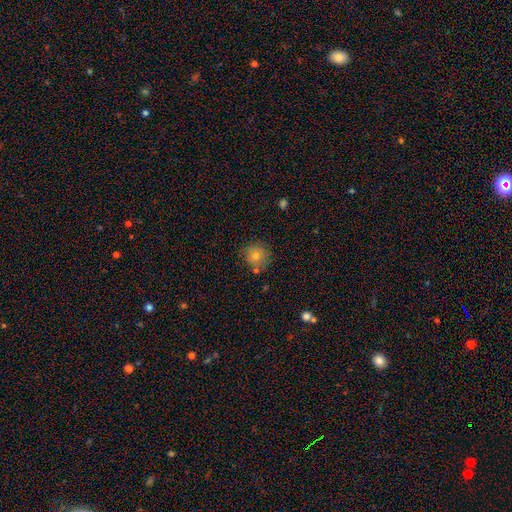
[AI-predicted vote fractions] smooth_or_featured: smooth (p=0.75) [alt: star or artifact p=0.13]
how_rounded: round (p=0.92) [alt: in between p=0.07]
merging: none (p=0.80) [alt: minor disturbance p=0.12]